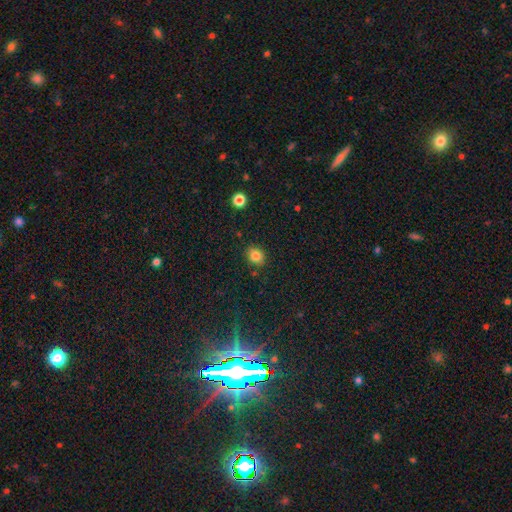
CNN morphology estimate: Smooth or featured?
  - smooth: 83% *
  - star or artifact: 11%
  - featured or disk: 6%
How rounded?
  - round: 60% *
  - in between: 39%
  - cigar-shaped: 1%
Merging?
  - none: 82% *
  - minor disturbance: 12%
  - major disturbance: 3%
  - merger: 3%